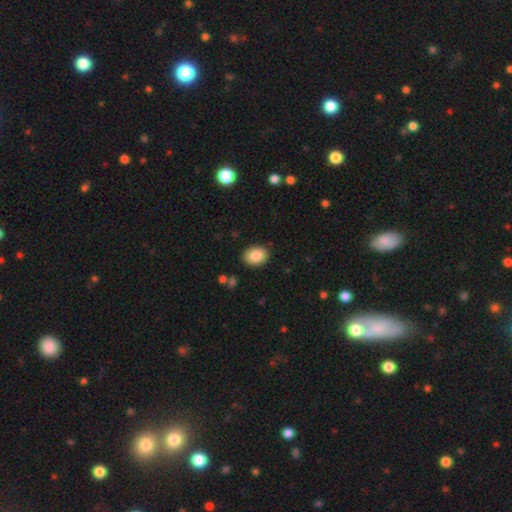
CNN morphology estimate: A smooth galaxy with no disk features (86%) that is in between round and cigar-shaped (65%).

Vote fractions:
- Smooth or featured? smooth: 86% / star or artifact: 8% / featured or disk: 6%
- How rounded? in between: 65% / round: 34% / cigar-shaped: 1%
- Merging? none: 88% / minor disturbance: 8% / major disturbance: 2% / merger: 1%